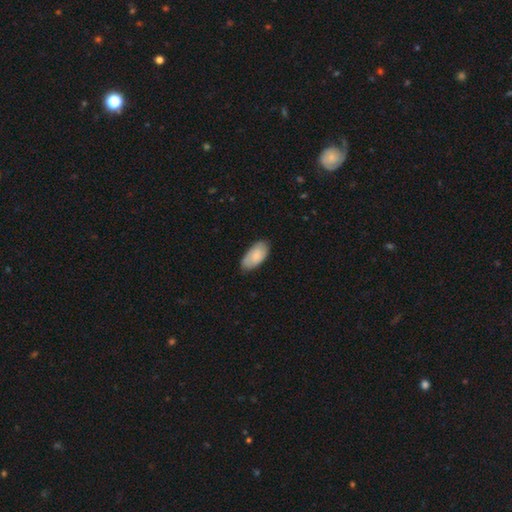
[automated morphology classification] smooth 77%, featured or disk 18%, star or artifact 6%. Down the decision tree: how rounded — in between (94%); merging — none (75%).